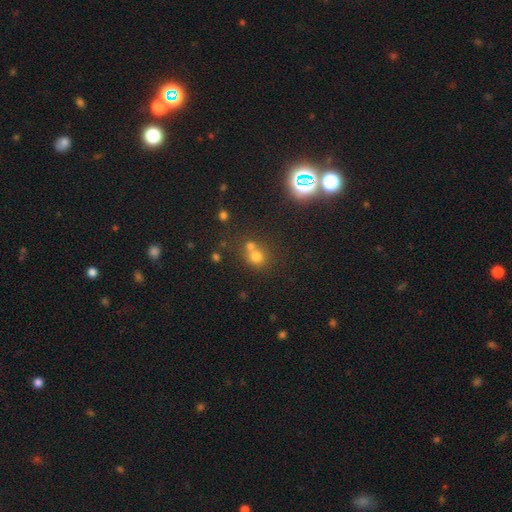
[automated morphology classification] Overall: smooth (66%). How rounded: round (82%). Merging: none (46%; merger 43%).